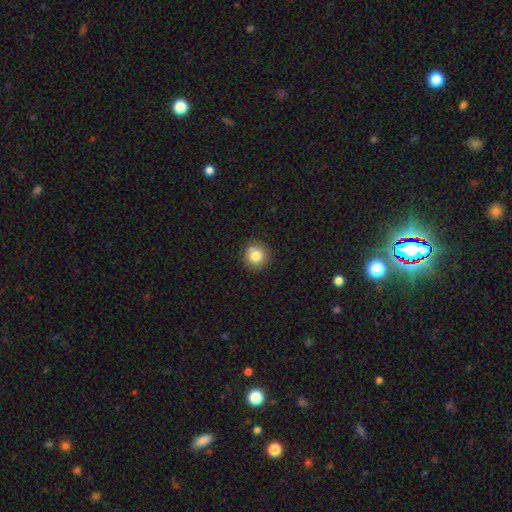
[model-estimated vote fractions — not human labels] Smooth or featured: smooth — 80% (star or artifact — 11%)
How rounded: round — 92% (in between — 7%)
Merging: none — 83% (minor disturbance — 11%)